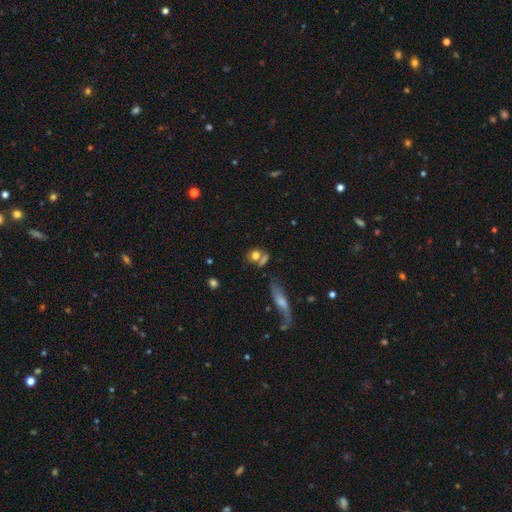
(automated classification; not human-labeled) Overall: smooth (73%). How rounded: round (67%; in between 29%). Merging: none (53%; merger 27%).